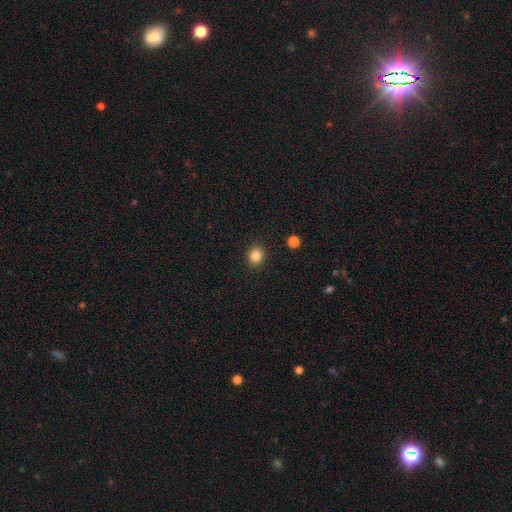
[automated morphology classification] type=smooth (85%); roundness=round (80%); merging=none (91%).